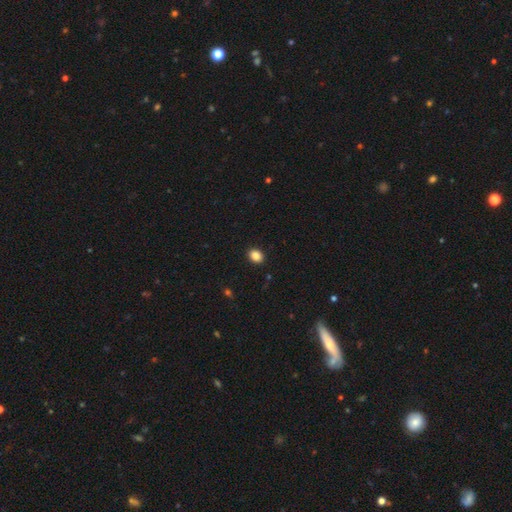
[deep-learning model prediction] Smooth or featured? smooth (86%)
How rounded? in between (58%)
Merging? none (91%)